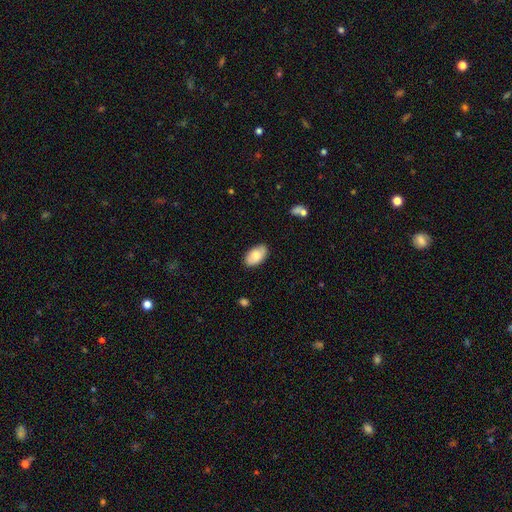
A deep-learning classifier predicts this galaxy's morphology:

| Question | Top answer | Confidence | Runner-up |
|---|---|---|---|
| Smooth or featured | smooth | 80% | featured or disk (14%) |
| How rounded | in between | 94% | round (4%) |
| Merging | none | 83% | minor disturbance (13%) |